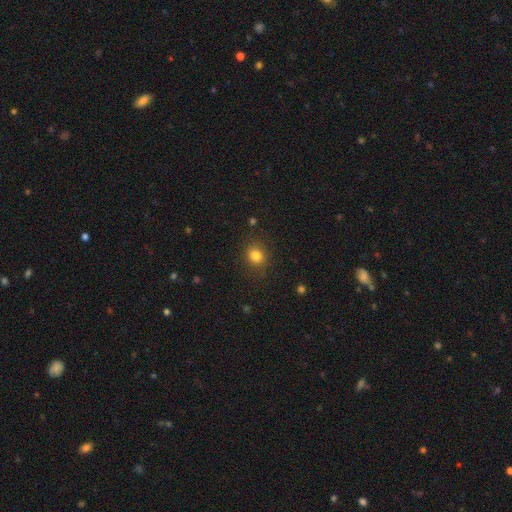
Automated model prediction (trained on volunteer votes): This is clearly a smooth galaxy (82%). How rounded: likely round (78%). Merging: clearly none (86%).